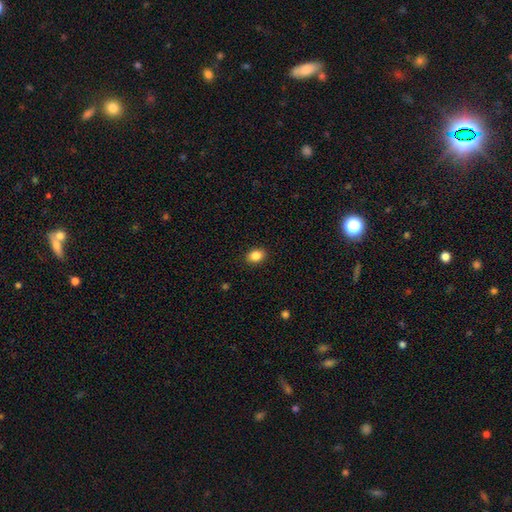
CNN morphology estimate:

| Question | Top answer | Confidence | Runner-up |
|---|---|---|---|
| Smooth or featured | smooth | 87% | star or artifact (9%) |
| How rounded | in between | 69% | round (30%) |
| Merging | none | 90% | minor disturbance (7%) |